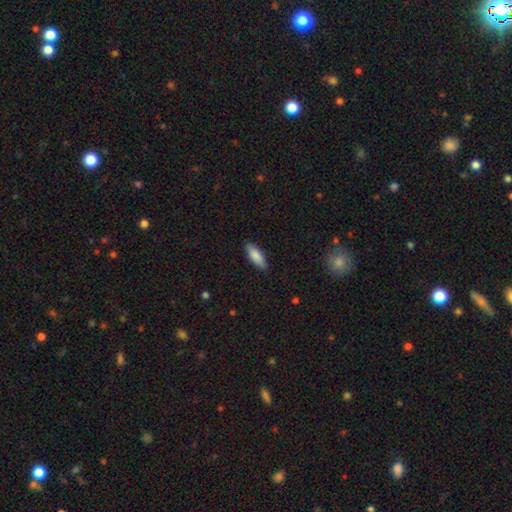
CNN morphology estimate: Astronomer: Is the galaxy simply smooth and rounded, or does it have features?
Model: smooth — 86%.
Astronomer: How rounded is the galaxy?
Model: in between — 62%.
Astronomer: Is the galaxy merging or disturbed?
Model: none — 88%.